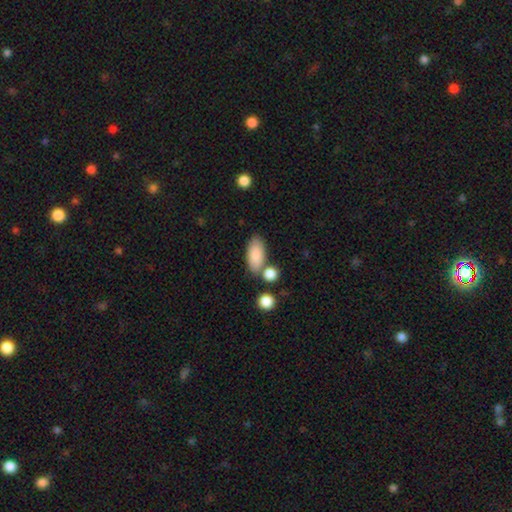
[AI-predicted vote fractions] smooth-or-featured: smooth: 87% | featured or disk: 7% | star or artifact: 6%
  how-rounded: in between: 90% | cigar-shaped: 7% | round: 3%
  merging: none: 66% | merger: 16% | minor disturbance: 13% | major disturbance: 4%